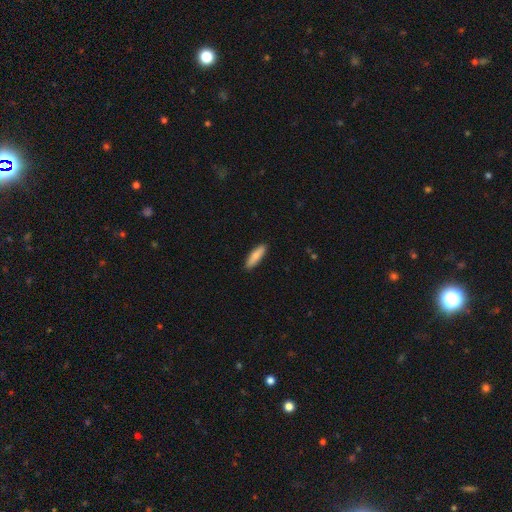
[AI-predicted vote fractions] Smooth or featured? smooth (80%)
How rounded? cigar-shaped (64%)
Merging? none (90%)